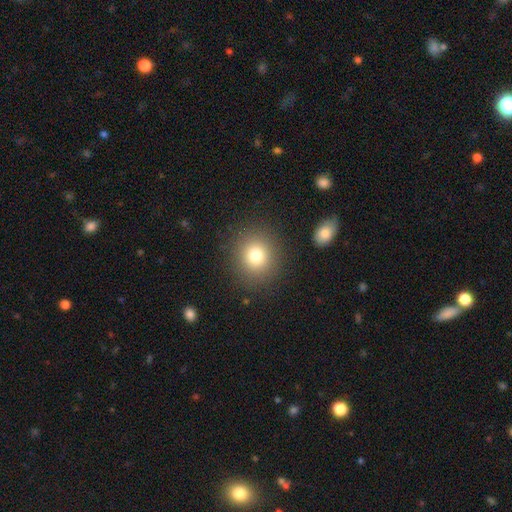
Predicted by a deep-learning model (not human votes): A smooth galaxy with no disk features (77%) that is round (87%).

Vote fractions:
- Smooth or featured? smooth: 77% / star or artifact: 13% / featured or disk: 9%
- How rounded? round: 87% / in between: 12% / cigar-shaped: 1%
- Merging? none: 88% / minor disturbance: 7% / major disturbance: 3% / merger: 2%